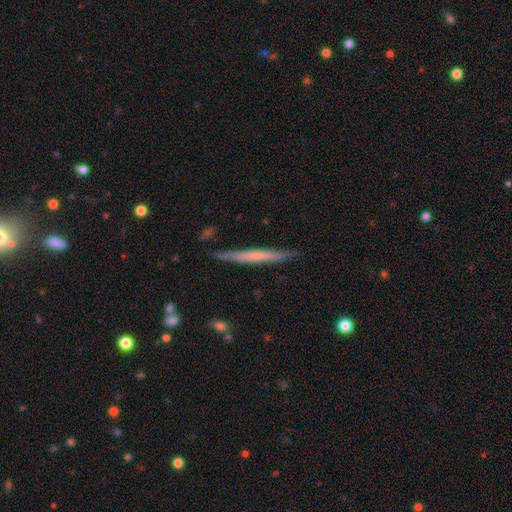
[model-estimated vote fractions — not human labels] A featured or disk galaxy (52%) viewed edge-on (96%). Merging: none (86%).